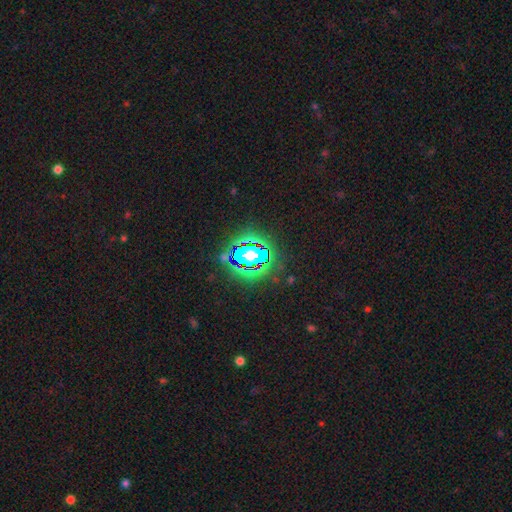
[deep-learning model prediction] A star or artifact, not a galaxy (83%).